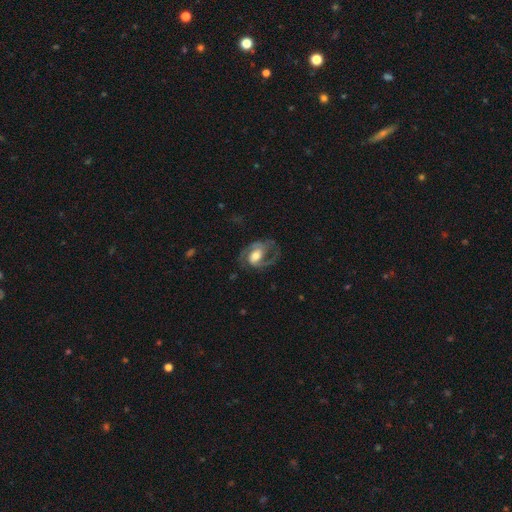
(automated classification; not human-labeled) Smooth or featured: featured or disk — 82% (smooth — 12%)
Edge-on disk: no — 97% (yes — 3%)
Bar: no — 40% (weak — 39%)
Spiral arms: yes — 93% (no — 7%)
Spiral winding: medium — 54% (tight — 24%)
Spiral arm count: 2 — 84% (1 — 6%)
Bulge size: moderate — 62% (large — 21%)
Merging: none — 62% (minor disturbance — 18%)